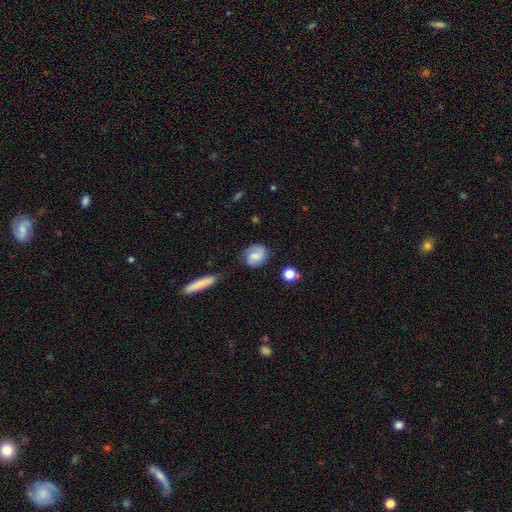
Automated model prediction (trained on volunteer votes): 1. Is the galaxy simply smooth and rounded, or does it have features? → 51% featured or disk, 41% smooth, 8% star or artifact.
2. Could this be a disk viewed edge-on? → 97% no, 3% yes.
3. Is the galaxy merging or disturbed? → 71% none, 20% minor disturbance, 6% major disturbance, 3% merger.